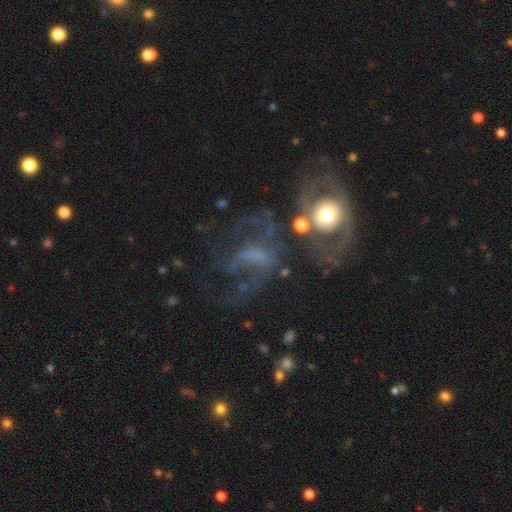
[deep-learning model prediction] Overall: featured or disk (66%). Edge-on disk: no (96%). Bar: no (60%; weak 28%). Spiral arms: yes (63%; no 37%). Bulge size: none (32%; moderate 30%). Merging: none (35%; major disturbance 33%).